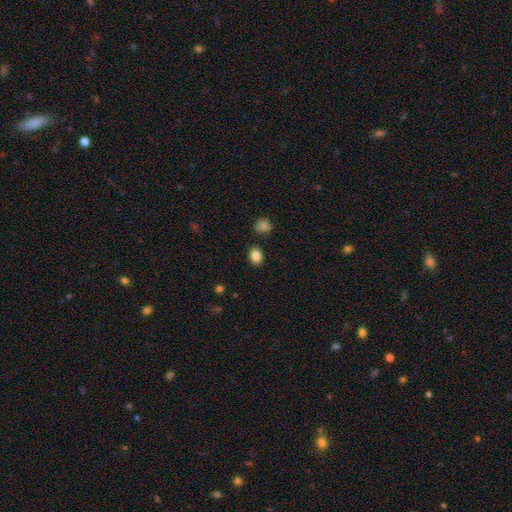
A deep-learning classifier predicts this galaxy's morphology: type=smooth (86%); roundness=in between (63%); merging=none (85%).